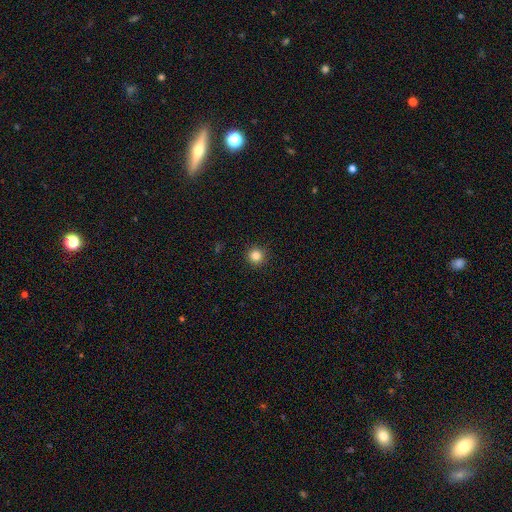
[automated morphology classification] This appears to be a smooth galaxy with no disk features (84%) that is round (96%). Merging: none (93%).